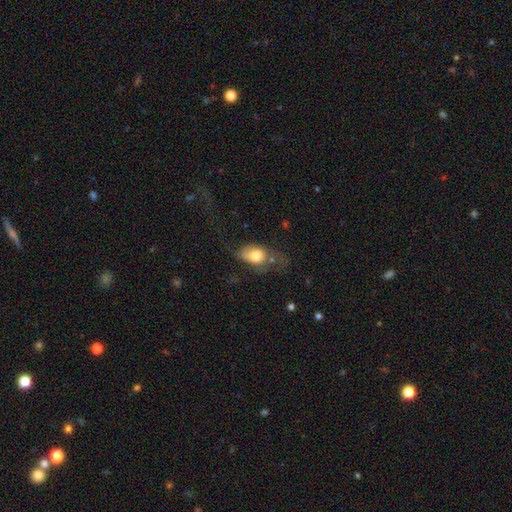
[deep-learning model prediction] Smooth or featured: smooth — 68% (featured or disk — 24%)
How rounded: in between — 72% (round — 26%)
Merging: major disturbance — 42% (minor disturbance — 27%)